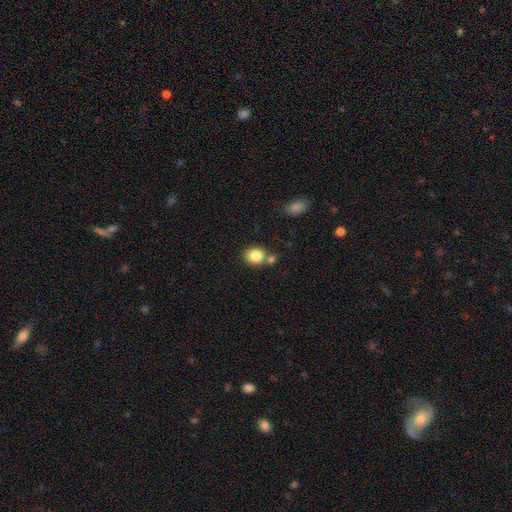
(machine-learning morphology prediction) This is clearly a smooth galaxy (84%). How rounded: likely round (76%). Merging: likely none (66%).